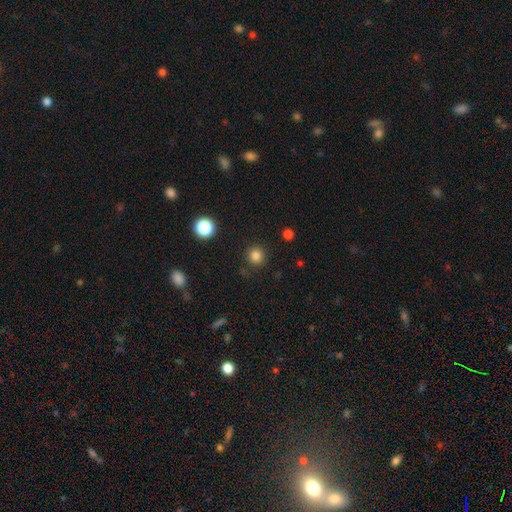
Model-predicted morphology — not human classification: smooth 83%, star or artifact 13%, featured or disk 4%. Down the decision tree: how rounded — round (94%); merging — none (89%).